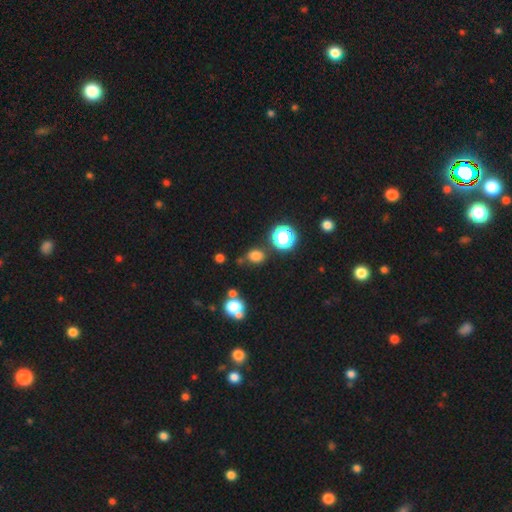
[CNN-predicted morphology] type=smooth (76%); roundness=round (58%); merging=none (76%).